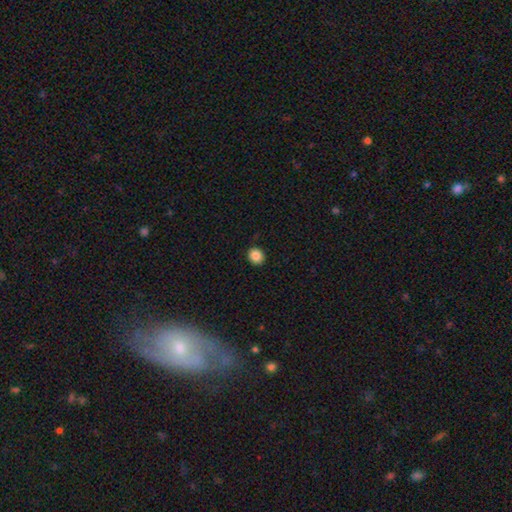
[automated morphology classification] Overall: smooth (86%). How rounded: round (82%). Merging: none (91%).